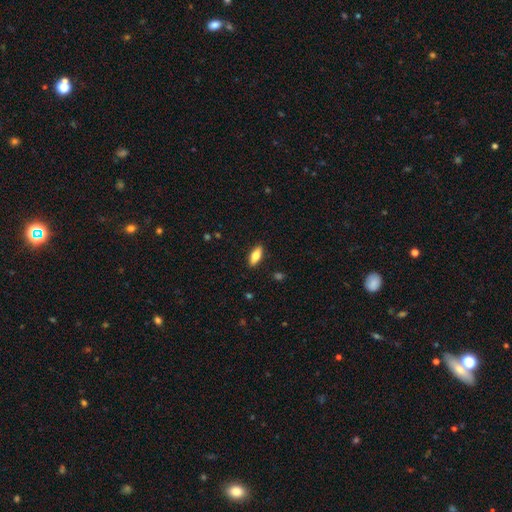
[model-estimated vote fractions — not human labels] Smooth or featured?
  - smooth: 73% *
  - featured or disk: 21%
  - star or artifact: 6%
How rounded?
  - in between: 75% *
  - cigar-shaped: 22%
  - round: 2%
Merging?
  - none: 89% *
  - minor disturbance: 8%
  - major disturbance: 2%
  - merger: 1%